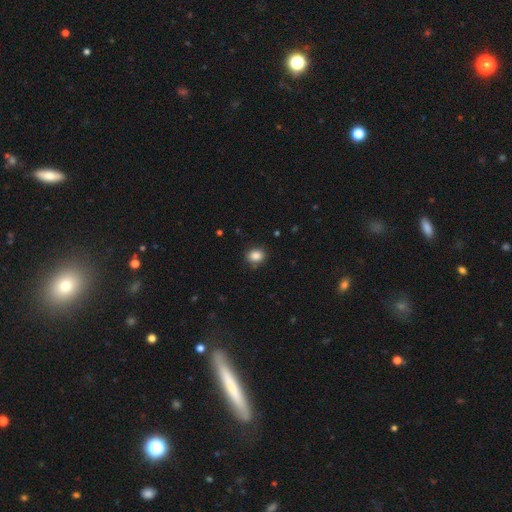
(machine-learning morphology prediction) A smooth galaxy with no disk features (87%) that is round (55%).

Vote fractions:
- Smooth or featured? smooth: 87% / star or artifact: 10% / featured or disk: 4%
- How rounded? round: 55% / in between: 44% / cigar-shaped: 1%
- Merging? none: 84% / minor disturbance: 12% / major disturbance: 3% / merger: 1%